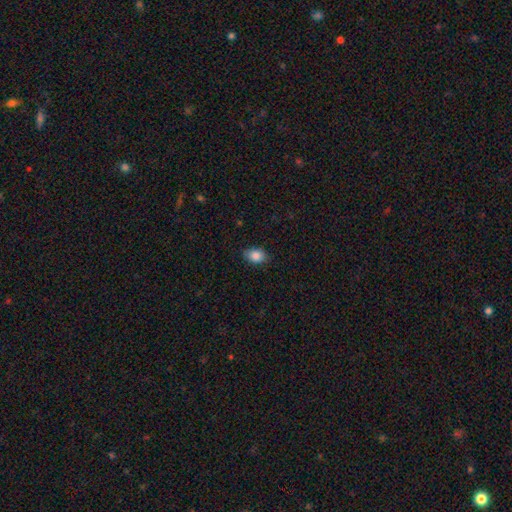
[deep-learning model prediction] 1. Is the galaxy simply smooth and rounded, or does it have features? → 86% smooth, 8% star or artifact, 6% featured or disk.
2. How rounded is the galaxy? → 75% in between, 24% round, 1% cigar-shaped.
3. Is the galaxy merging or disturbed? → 82% none, 15% minor disturbance, 3% major disturbance, 1% merger.